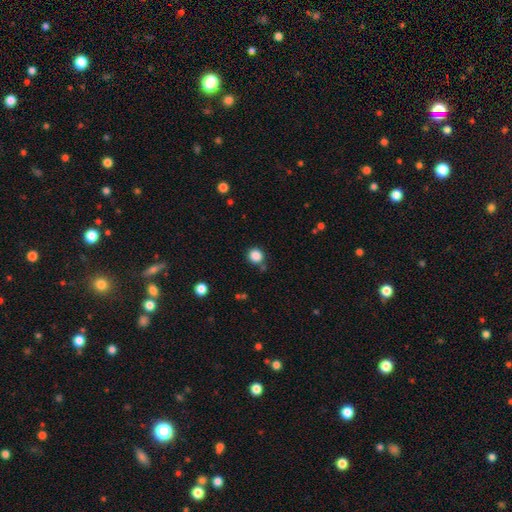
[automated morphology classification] smooth 85%, star or artifact 11%, featured or disk 3%. Down the decision tree: how rounded — round (92%); merging — none (83%).